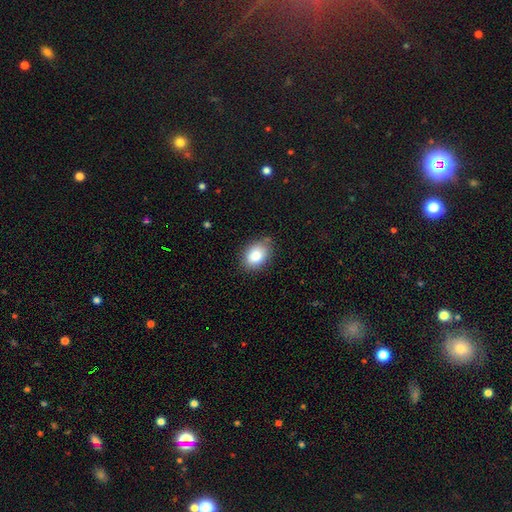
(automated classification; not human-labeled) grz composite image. It shows a smooth galaxy with no disk features (85%) that is in between round and cigar-shaped (77%). Merging: none (80%).